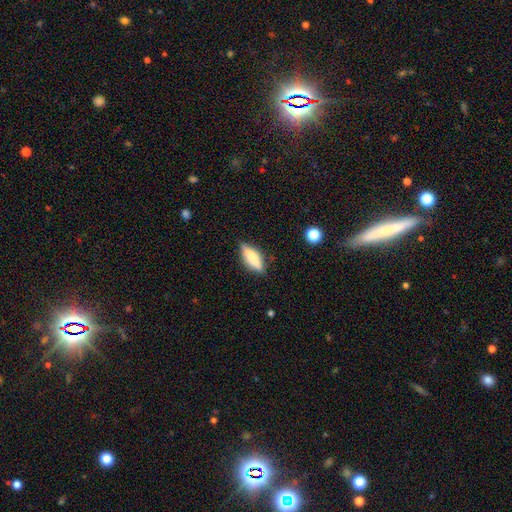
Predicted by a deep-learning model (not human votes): A smooth galaxy with no disk features (61%) that is cigar-shaped (50%).

Vote fractions:
- Smooth or featured? smooth: 61% / featured or disk: 32% / star or artifact: 7%
- How rounded? cigar-shaped: 50% / in between: 48% / round: 2%
- Merging? none: 81% / minor disturbance: 14% / major disturbance: 3% / merger: 2%